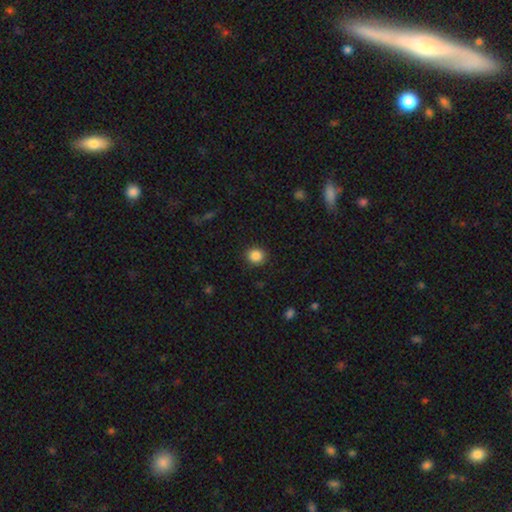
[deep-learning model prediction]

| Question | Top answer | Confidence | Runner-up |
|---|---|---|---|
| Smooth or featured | smooth | 87% | star or artifact (10%) |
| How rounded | round | 86% | in between (13%) |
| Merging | none | 91% | minor disturbance (6%) |